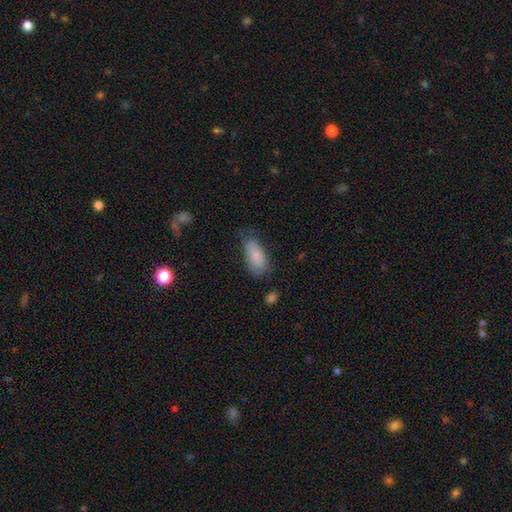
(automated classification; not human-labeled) smooth-or-featured: smooth: 78% | featured or disk: 15% | star or artifact: 7%
  how-rounded: in between: 87% | cigar-shaped: 11% | round: 2%
  merging: none: 55% | minor disturbance: 31% | major disturbance: 11% | merger: 3%